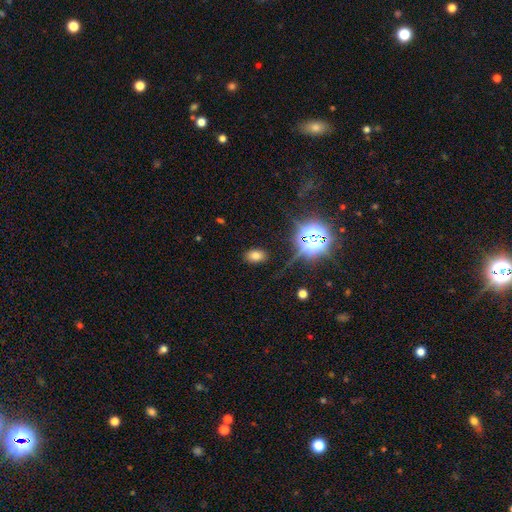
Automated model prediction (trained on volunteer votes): The model was most divided on "smooth or featured": smooth: 68%, star or artifact: 23%, featured or disk: 9%. More confident: how rounded — in between (85%); merging — none (84%).